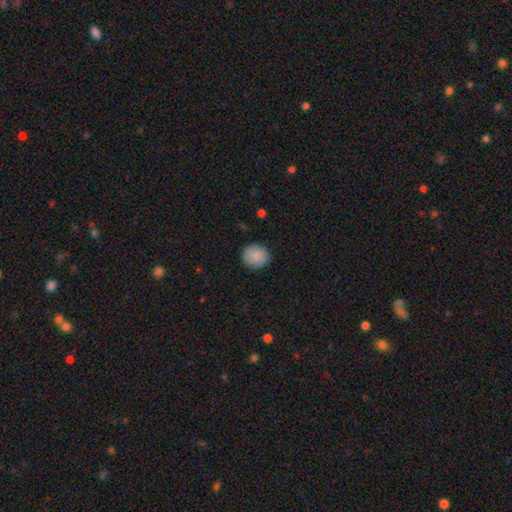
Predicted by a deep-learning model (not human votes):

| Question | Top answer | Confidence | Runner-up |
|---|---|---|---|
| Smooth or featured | smooth | 88% | star or artifact (7%) |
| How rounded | round | 86% | in between (13%) |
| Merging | none | 90% | minor disturbance (7%) |